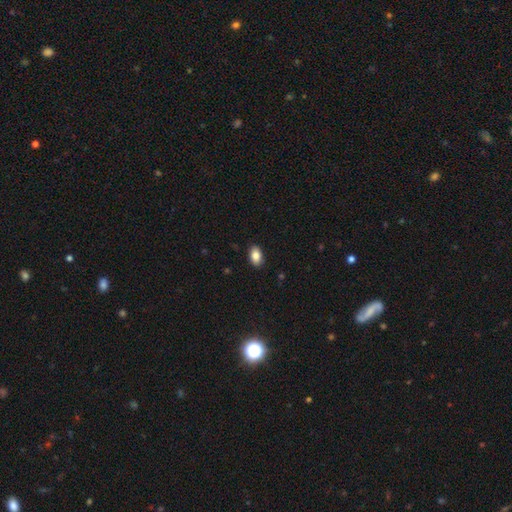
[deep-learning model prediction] Smooth or featured? Predicted: smooth (p=0.85). How rounded? Predicted: in between (p=0.91). Merging? Predicted: none (p=0.89).